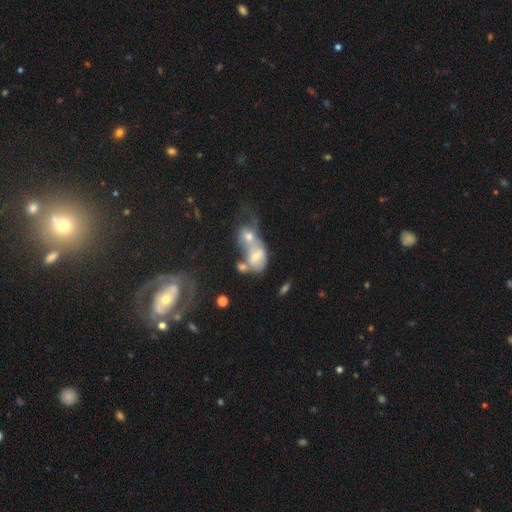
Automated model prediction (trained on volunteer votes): A smooth galaxy with no disk features (47%). Merging: merger (76%).